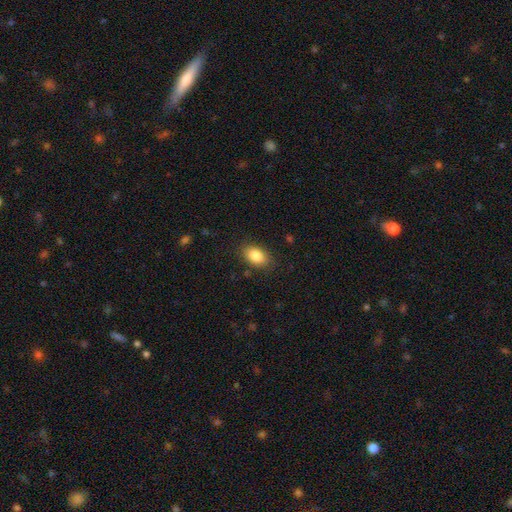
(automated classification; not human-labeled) Q: Smooth or featured?
A: smooth (86%); runner-up: star or artifact (8%)
Q: How rounded?
A: in between (89%); runner-up: round (9%)
Q: Merging?
A: none (85%); runner-up: minor disturbance (11%)